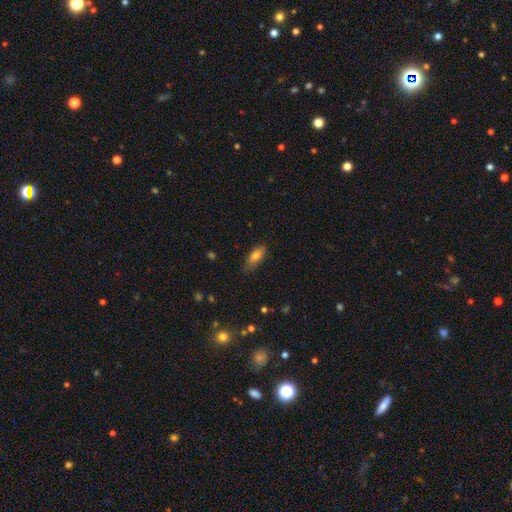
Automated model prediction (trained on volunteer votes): smooth_or_featured: smooth (p=0.78) [alt: featured or disk p=0.14]
how_rounded: in between (p=0.81) [alt: cigar-shaped p=0.15]
merging: none (p=0.71) [alt: minor disturbance p=0.23]